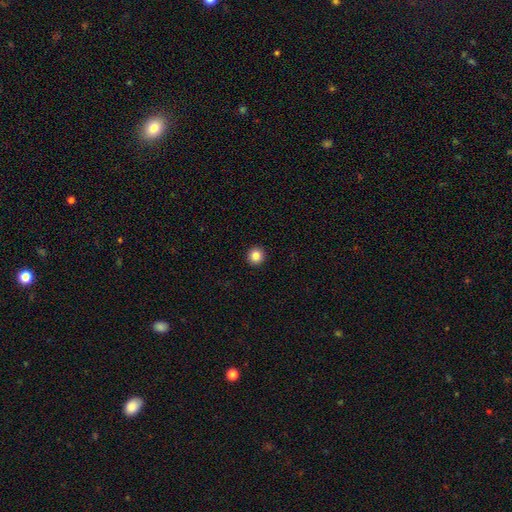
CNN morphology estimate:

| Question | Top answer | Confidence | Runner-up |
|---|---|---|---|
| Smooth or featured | smooth | 85% | star or artifact (10%) |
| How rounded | round | 95% | in between (4%) |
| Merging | none | 94% | minor disturbance (4%) |